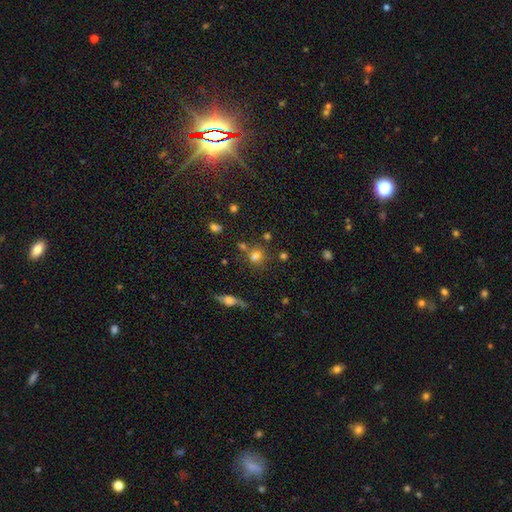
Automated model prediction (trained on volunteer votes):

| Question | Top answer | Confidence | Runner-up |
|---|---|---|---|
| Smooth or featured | smooth | 68% | star or artifact (19%) |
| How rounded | round | 72% | in between (26%) |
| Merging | none | 60% | merger (22%) |